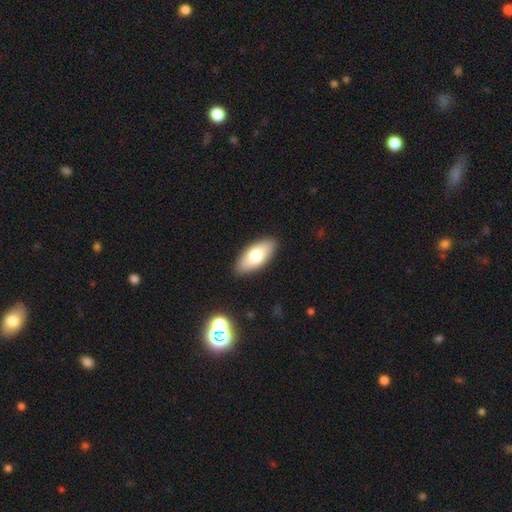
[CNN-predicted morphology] This is likely a smooth galaxy (72%). How rounded: clearly in between (87%). Merging: clearly none (88%).